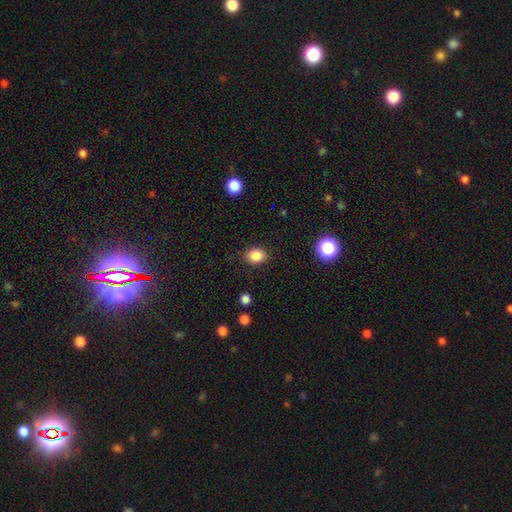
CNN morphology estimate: Smooth or featured? smooth (86%)
How rounded? in between (52%)
Merging? none (87%)